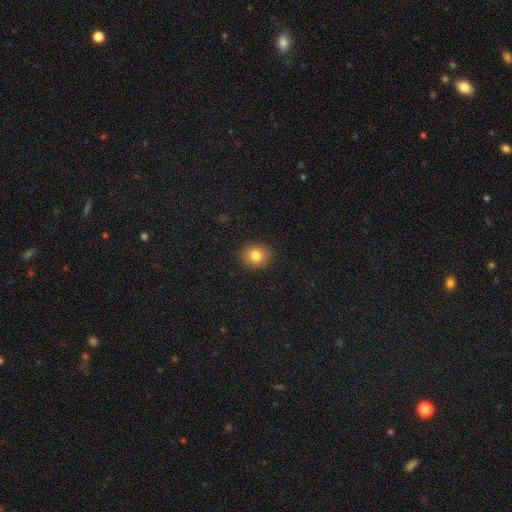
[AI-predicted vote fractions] Smooth or featured: smooth — 81% (star or artifact — 11%)
How rounded: round — 76% (in between — 23%)
Merging: none — 90% (minor disturbance — 7%)